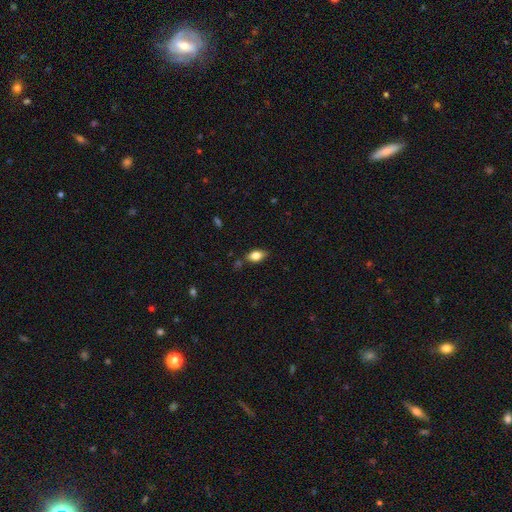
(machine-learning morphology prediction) Q: Smooth or featured?
A: smooth (77%); runner-up: featured or disk (14%)
Q: How rounded?
A: in between (86%); runner-up: round (8%)
Q: Merging?
A: none (76%); runner-up: minor disturbance (16%)